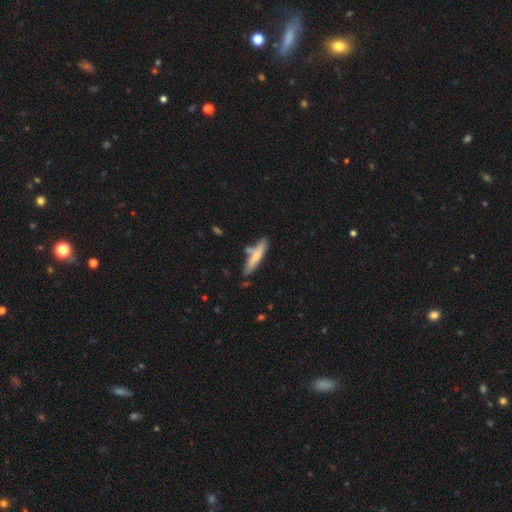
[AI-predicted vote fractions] Smooth or featured?
  - smooth: 67% *
  - featured or disk: 27%
  - star or artifact: 6%
How rounded?
  - cigar-shaped: 81% *
  - in between: 17%
  - round: 1%
Merging?
  - none: 67% *
  - minor disturbance: 18%
  - merger: 12%
  - major disturbance: 4%